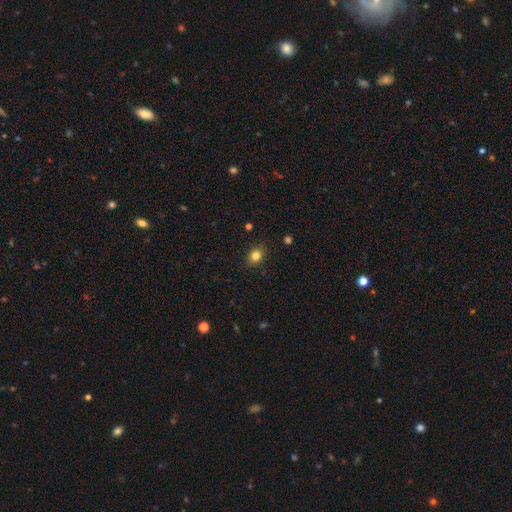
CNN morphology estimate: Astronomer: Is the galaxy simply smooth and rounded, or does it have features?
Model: smooth — 82%.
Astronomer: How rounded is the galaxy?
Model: round — 52% (runner-up: in between, 46%).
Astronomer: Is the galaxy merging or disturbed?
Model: none — 85%.